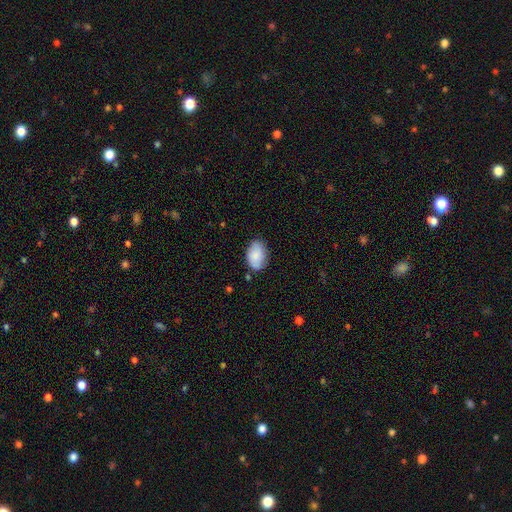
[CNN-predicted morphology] Smooth or featured? Predicted: smooth (p=0.81). How rounded? Predicted: in between (p=0.89). Merging? Predicted: none (p=0.76).